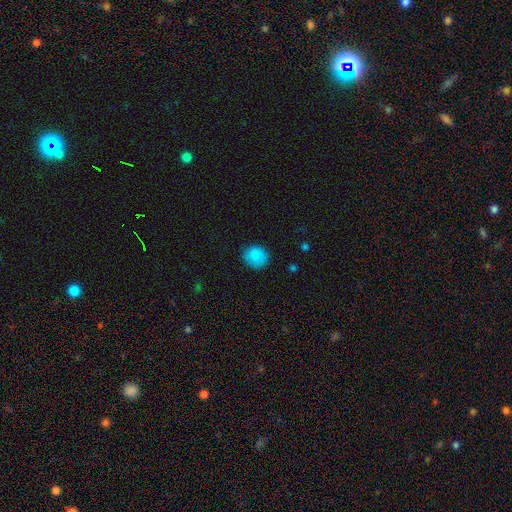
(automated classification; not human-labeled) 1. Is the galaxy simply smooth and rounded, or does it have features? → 87% smooth, 8% star or artifact, 4% featured or disk.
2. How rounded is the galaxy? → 81% round, 18% in between, 1% cigar-shaped.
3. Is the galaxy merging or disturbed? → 84% none, 12% minor disturbance, 3% major disturbance, 1% merger.